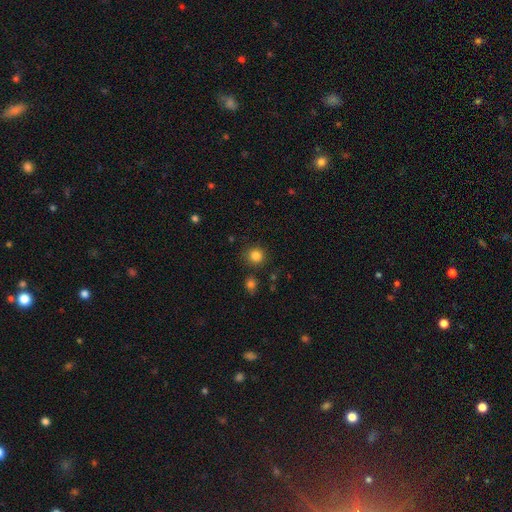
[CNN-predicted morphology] A smooth galaxy with no disk features (83%) that is round (90%). Merging: none (86%).